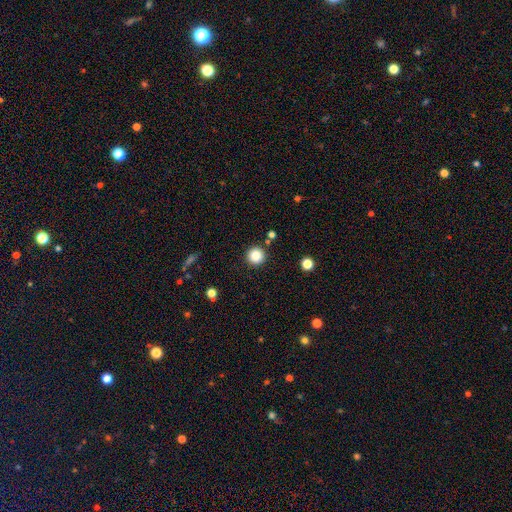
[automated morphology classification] type=smooth (85%); roundness=round (96%); merging=none (90%).